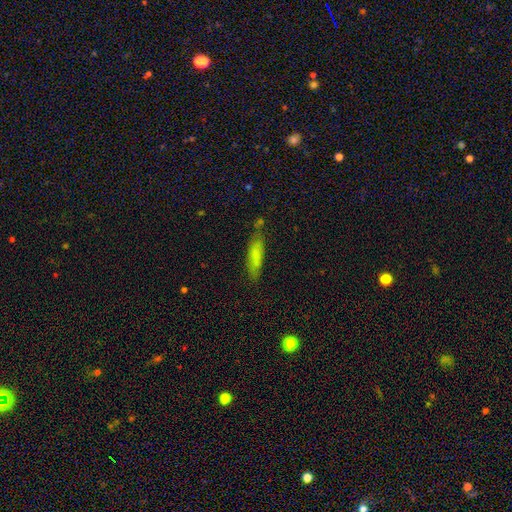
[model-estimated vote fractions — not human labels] A smooth galaxy with no disk features (75%) that is cigar-shaped (69%).

Vote fractions:
- Smooth or featured? smooth: 75% / featured or disk: 17% / star or artifact: 8%
- How rounded? cigar-shaped: 69% / in between: 29% / round: 2%
- Merging? none: 70% / minor disturbance: 20% / major disturbance: 5% / merger: 5%